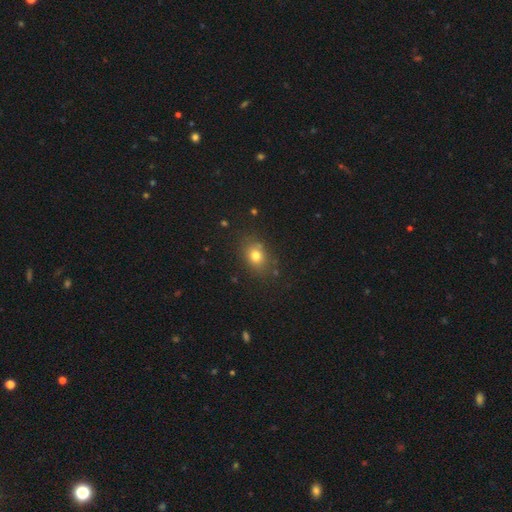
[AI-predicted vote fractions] Q: Smooth or featured?
A: smooth (76%); runner-up: star or artifact (14%)
Q: How rounded?
A: in between (56%); runner-up: round (43%)
Q: Merging?
A: none (80%); runner-up: minor disturbance (13%)